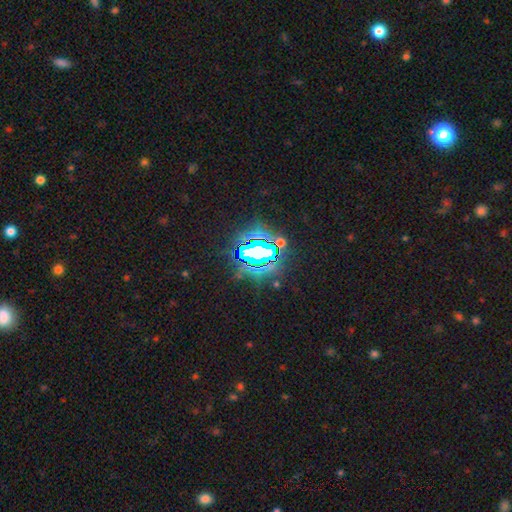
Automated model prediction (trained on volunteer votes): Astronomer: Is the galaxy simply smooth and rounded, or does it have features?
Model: star or artifact — 77%.